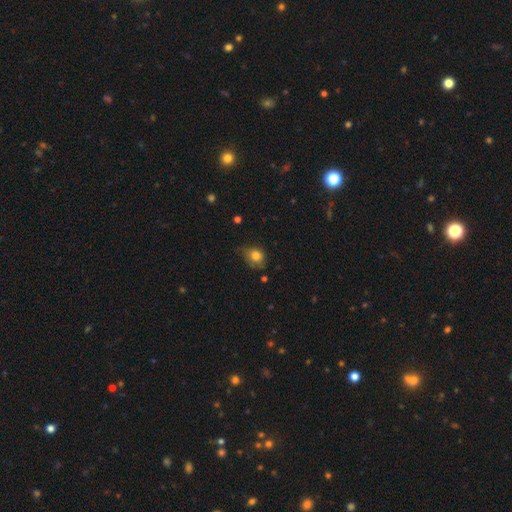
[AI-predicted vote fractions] This appears to be a smooth galaxy with no disk features (79%) that is round (56%). Merging: none (54%).